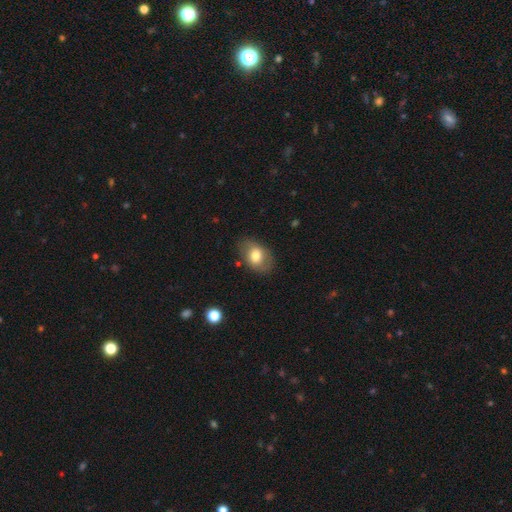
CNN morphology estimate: Smooth or featured? Predicted: smooth (p=0.73). How rounded? Predicted: in between (p=0.83). Merging? Predicted: none (p=0.78).